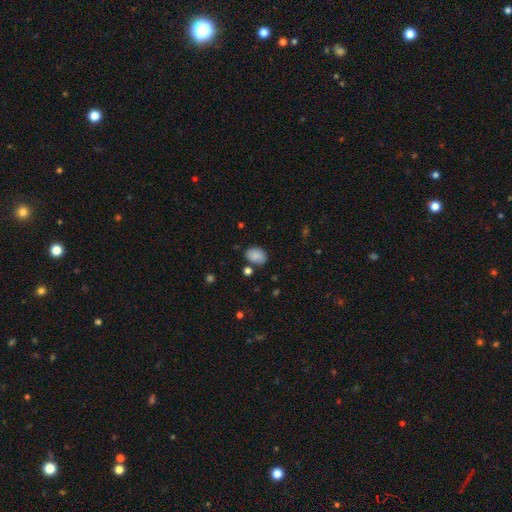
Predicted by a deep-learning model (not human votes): Smooth or featured?
  - smooth: 85% *
  - star or artifact: 8%
  - featured or disk: 7%
How rounded?
  - in between: 75% *
  - round: 24%
  - cigar-shaped: 1%
Merging?
  - none: 76% *
  - minor disturbance: 14%
  - merger: 6%
  - major disturbance: 4%